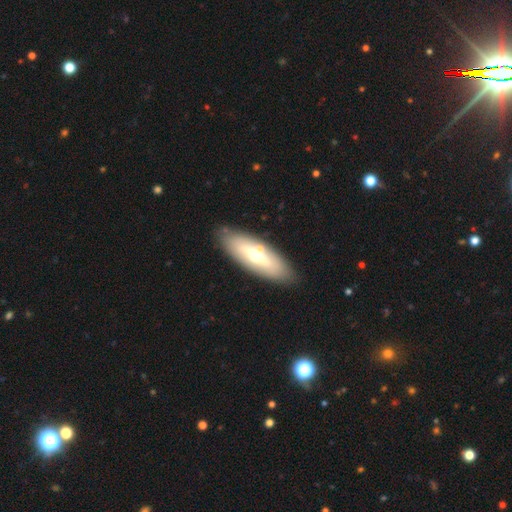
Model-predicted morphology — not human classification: The model was most divided on "smooth or featured": featured or disk: 53%, smooth: 40%, star or artifact: 7%. More confident: merging — none (80%); edge-on disk — no (65%).